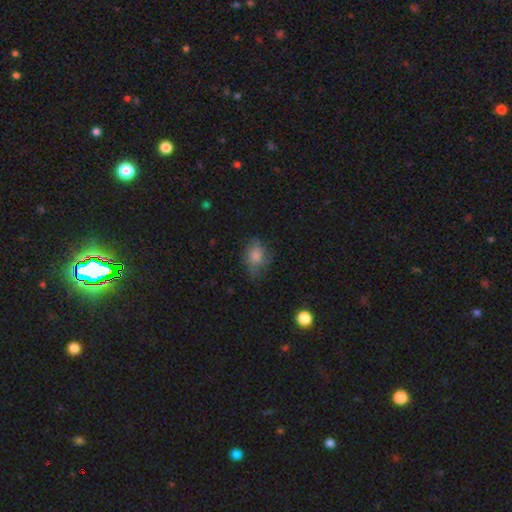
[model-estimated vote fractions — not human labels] smooth_or_featured: smooth (p=0.68) [alt: featured or disk p=0.18]
how_rounded: in between (p=0.61) [alt: round p=0.37]
merging: none (p=0.58) [alt: minor disturbance p=0.29]